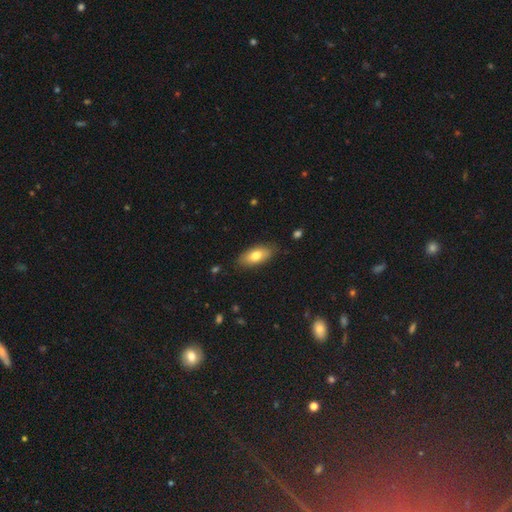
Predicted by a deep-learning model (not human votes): The model was most divided on "smooth or featured": smooth: 74%, featured or disk: 19%, star or artifact: 6%. More confident: how rounded — in between (87%); merging — none (83%).